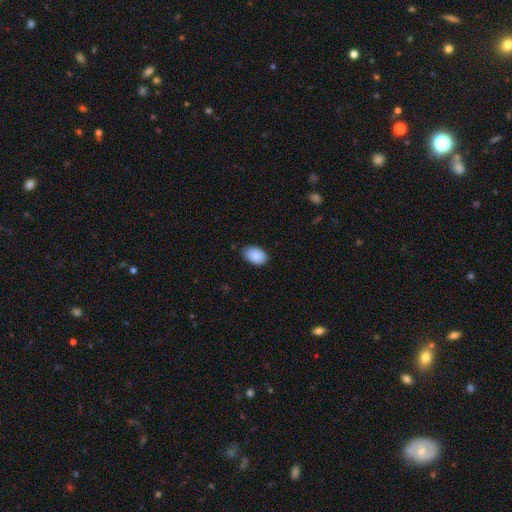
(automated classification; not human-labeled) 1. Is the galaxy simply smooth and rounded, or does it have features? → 89% smooth, 7% star or artifact, 4% featured or disk.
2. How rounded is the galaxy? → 90% in between, 9% round, 1% cigar-shaped.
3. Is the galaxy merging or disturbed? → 78% none, 19% minor disturbance, 3% major disturbance, 1% merger.